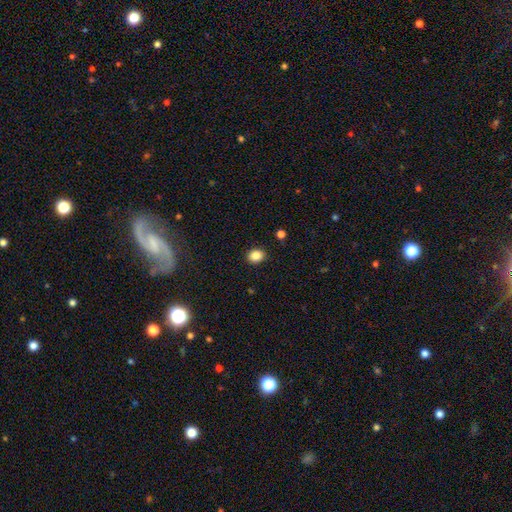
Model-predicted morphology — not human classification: Overall: smooth (86%). How rounded: round (58%; in between 41%). Merging: none (90%).